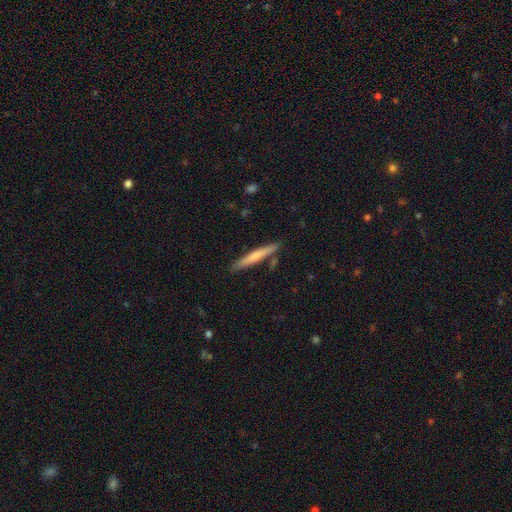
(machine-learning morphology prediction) Smooth or featured? Predicted: smooth (p=0.59). How rounded? Predicted: cigar-shaped (p=0.95). Merging? Predicted: none (p=0.85).